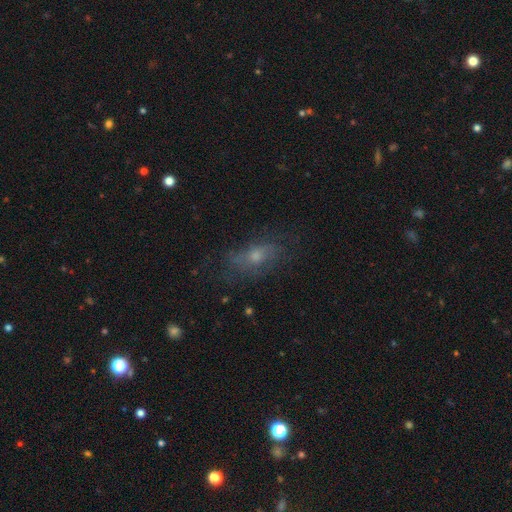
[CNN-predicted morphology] A smooth galaxy with no disk features (43%).

Vote fractions:
- Smooth or featured? smooth: 43% / featured or disk: 33% / star or artifact: 24%
- Merging? none: 70% / minor disturbance: 19% / major disturbance: 10% / merger: 2%